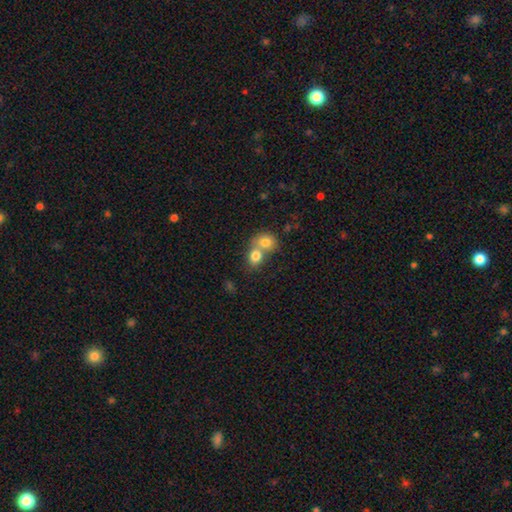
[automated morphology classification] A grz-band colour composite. It shows a smooth galaxy with no disk features (79%) that is round (62%). Merging: merger (65%).